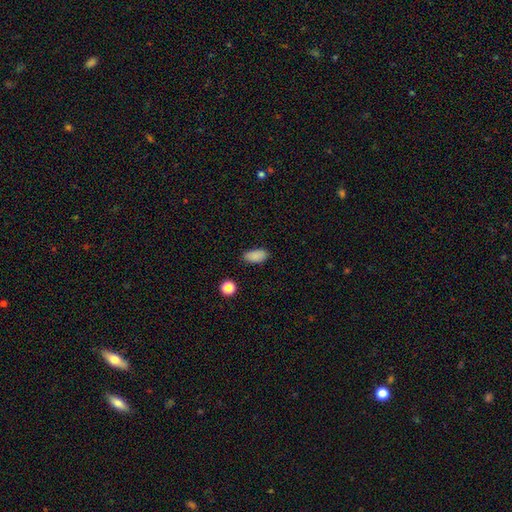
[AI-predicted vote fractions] A smooth galaxy with no disk features (87%) that is in between round and cigar-shaped (91%). Merging: none (83%).